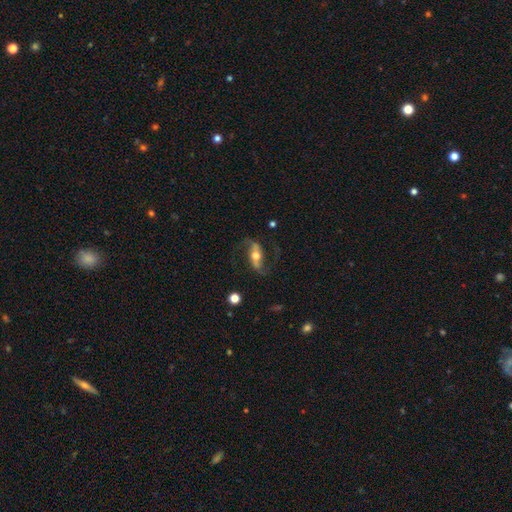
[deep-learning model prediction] Overall: featured or disk (78%). Edge-on disk: no (88%). Bar: strong (40%; no 30%). Spiral arms: yes (91%). Spiral arm count: 2 (92%). Spiral winding: loose (65%; medium 27%). Bulge size: moderate (67%). Merging: none (73%).